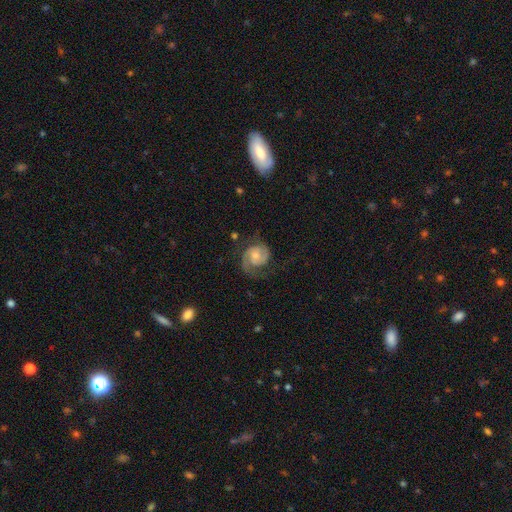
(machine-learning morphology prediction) Q: Smooth or featured?
A: featured or disk (79%); runner-up: smooth (15%)
Q: Edge-on disk?
A: no (98%); runner-up: yes (2%)
Q: Bar?
A: no (67%); runner-up: weak (28%)
Q: Spiral arms?
A: yes (95%); runner-up: no (5%)
Q: Spiral winding?
A: medium (44%); runner-up: tight (38%)
Q: Spiral arm count?
A: 2 (76%); runner-up: 1 (11%)
Q: Bulge size?
A: moderate (46%); runner-up: small (45%)
Q: Merging?
A: none (61%); runner-up: minor disturbance (21%)